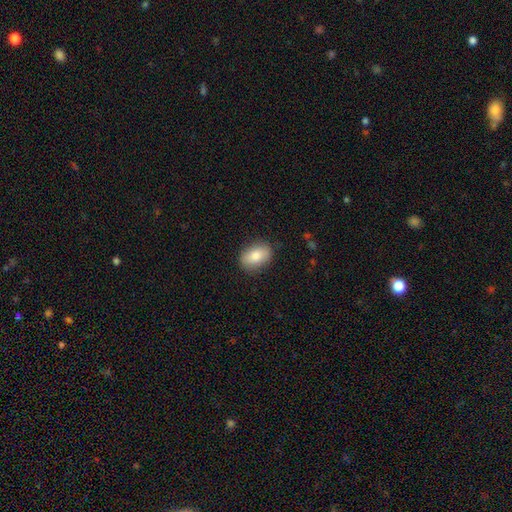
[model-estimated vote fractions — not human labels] Smooth or featured? Predicted: smooth (p=0.82). How rounded? Predicted: in between (p=0.83). Merging? Predicted: none (p=0.85).